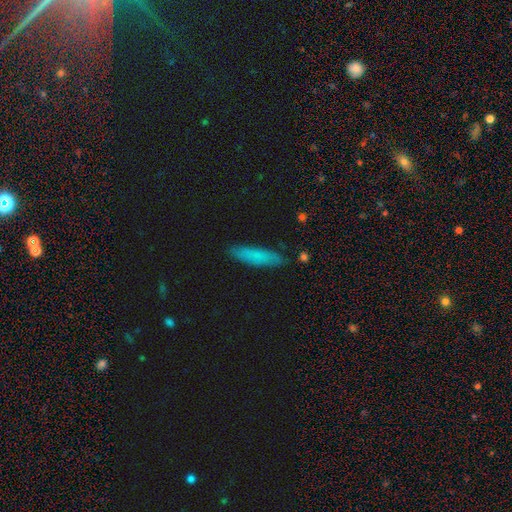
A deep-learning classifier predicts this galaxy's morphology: type=smooth (77%); roundness=cigar-shaped (75%); merging=none (86%).